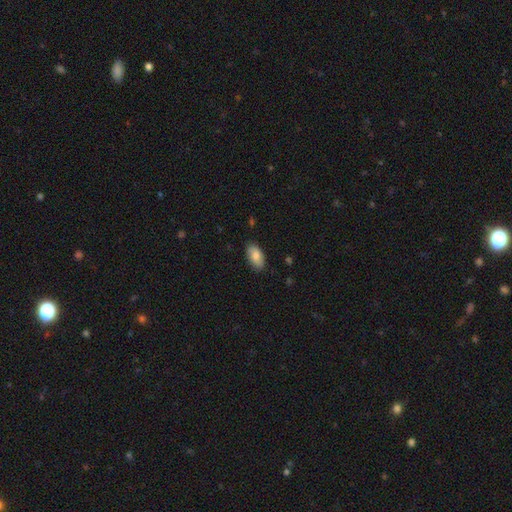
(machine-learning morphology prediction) Smooth or featured? smooth (82%)
How rounded? in between (94%)
Merging? none (84%)